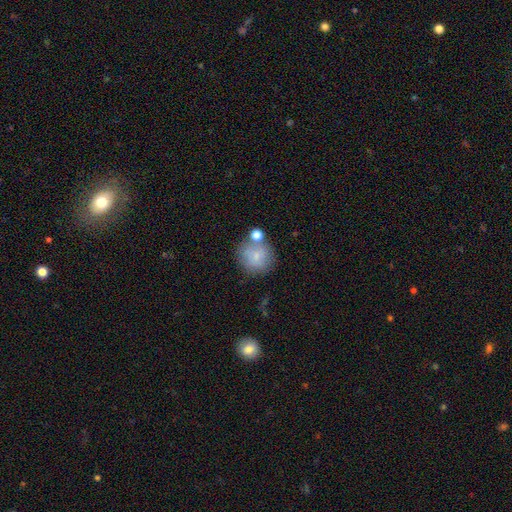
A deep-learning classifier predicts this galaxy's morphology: The model was most divided on "merging": none: 63%, merger: 17%, minor disturbance: 14%, major disturbance: 6%. More confident: how rounded — round (91%); smooth or featured — smooth (76%).